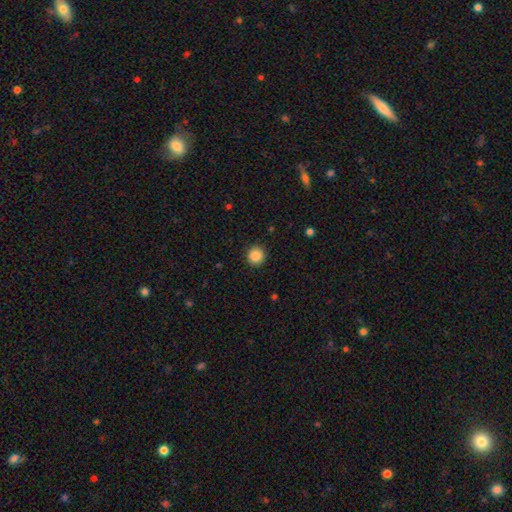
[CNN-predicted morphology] Smooth or featured?
  - smooth: 88% *
  - star or artifact: 10%
  - featured or disk: 3%
How rounded?
  - round: 94% *
  - in between: 5%
  - cigar-shaped: 1%
Merging?
  - none: 91% *
  - minor disturbance: 6%
  - major disturbance: 2%
  - merger: 1%